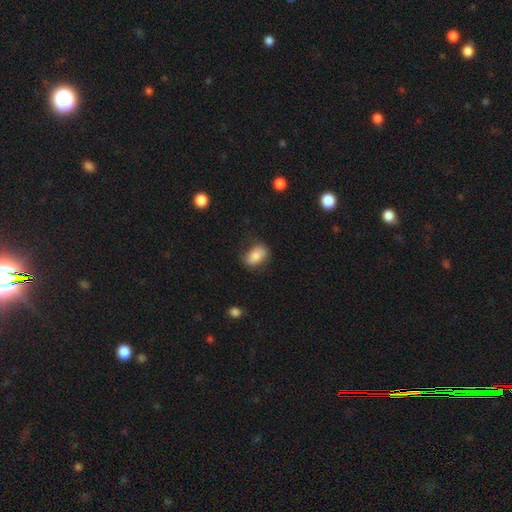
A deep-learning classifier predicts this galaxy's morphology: Smooth or featured: smooth — 82% (featured or disk — 11%)
How rounded: in between — 85% (round — 13%)
Merging: none — 70% (minor disturbance — 22%)